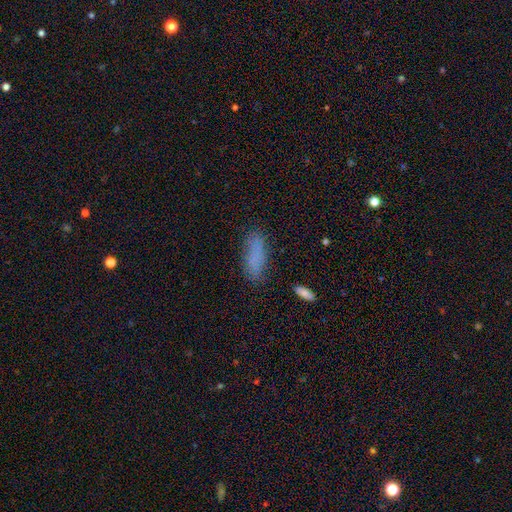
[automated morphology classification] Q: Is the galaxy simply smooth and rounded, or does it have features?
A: smooth — 81%.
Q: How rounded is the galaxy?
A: in between — 56%.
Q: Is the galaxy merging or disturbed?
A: none — 75%.